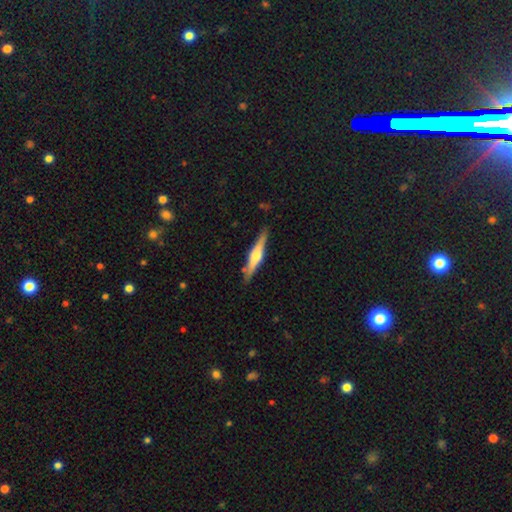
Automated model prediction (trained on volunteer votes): This appears to be a featured or disk galaxy (64%) viewed edge-on (97%) with a rounded central bulge (86%). Merging: none (86%).